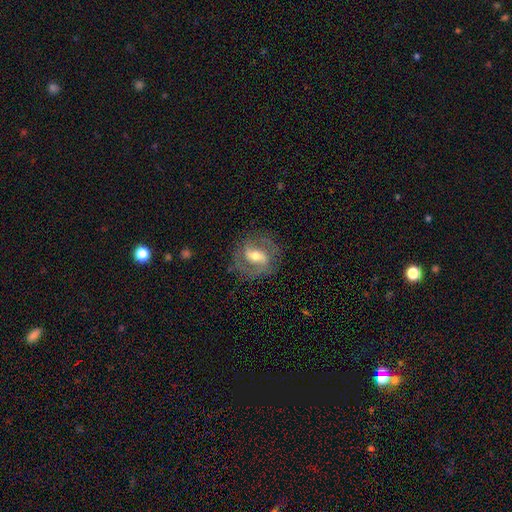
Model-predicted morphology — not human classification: This is likely a featured or disk galaxy (79%). It is clearly not viewed edge-on (95%). Bar: marginally weak (42%). Spiral arm pattern: clearly yes (86%). Spiral arm count: clearly 2 (82%). Spiral winding: possibly medium (48%). Central bulge: likely moderate (65%). Merging: likely none (78%).